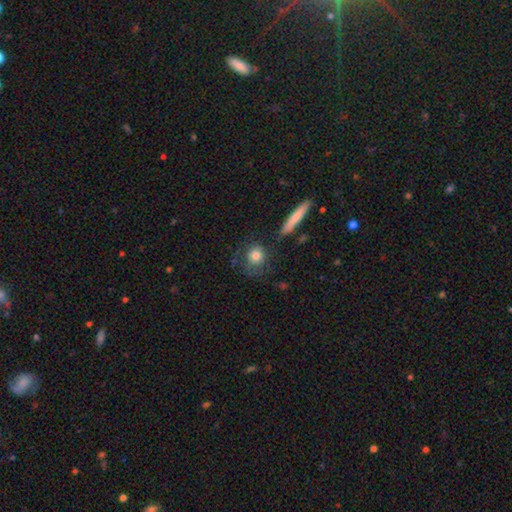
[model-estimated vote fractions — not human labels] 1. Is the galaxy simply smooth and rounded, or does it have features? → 78% smooth, 14% featured or disk, 8% star or artifact.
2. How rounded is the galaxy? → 82% round, 15% in between, 3% cigar-shaped.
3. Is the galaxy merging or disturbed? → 69% none, 17% minor disturbance, 9% major disturbance, 5% merger.